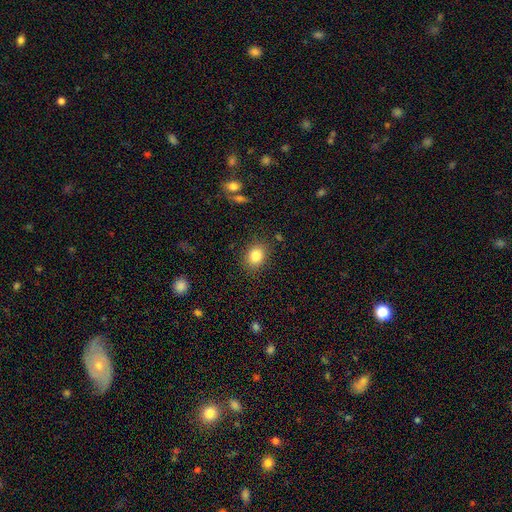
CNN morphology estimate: A smooth galaxy with no disk features (84%) that is in between round and cigar-shaped (50%).

Vote fractions:
- Smooth or featured? smooth: 84% / star or artifact: 10% / featured or disk: 7%
- How rounded? in between: 50% / round: 49% / cigar-shaped: 1%
- Merging? none: 85% / minor disturbance: 10% / major disturbance: 3% / merger: 2%